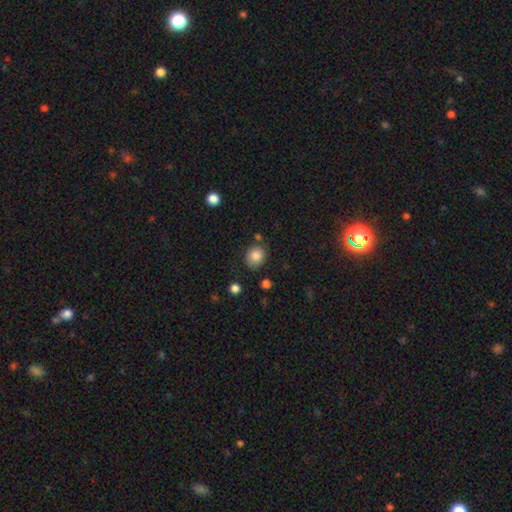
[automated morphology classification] Overall: smooth (85%). How rounded: round (65%; in between 34%). Merging: none (78%).